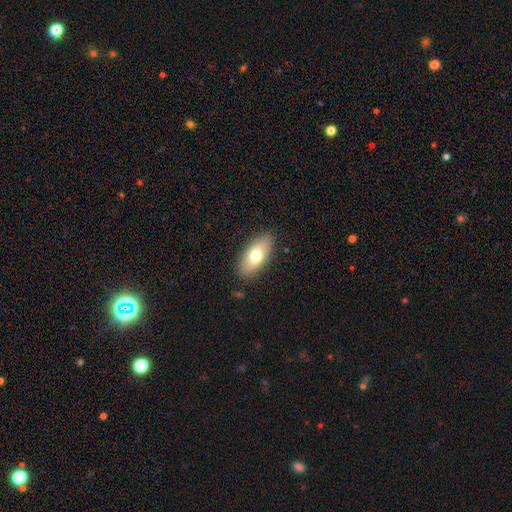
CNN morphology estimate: Overall: smooth (74%). How rounded: in between (88%). Merging: none (86%).